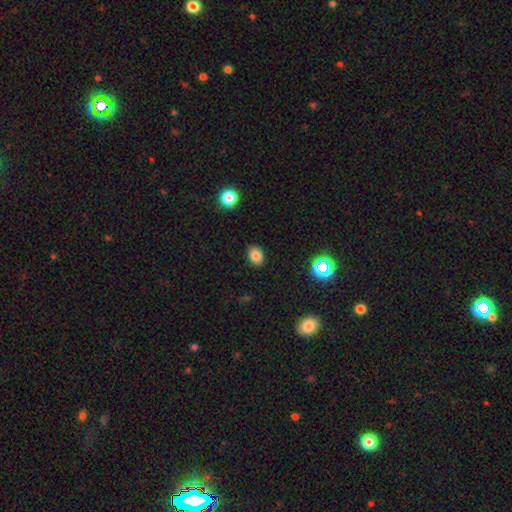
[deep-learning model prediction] smooth_or_featured: smooth (p=0.82) [alt: star or artifact p=0.13]
how_rounded: in between (p=0.68) [alt: round p=0.31]
merging: none (p=0.88) [alt: minor disturbance p=0.09]